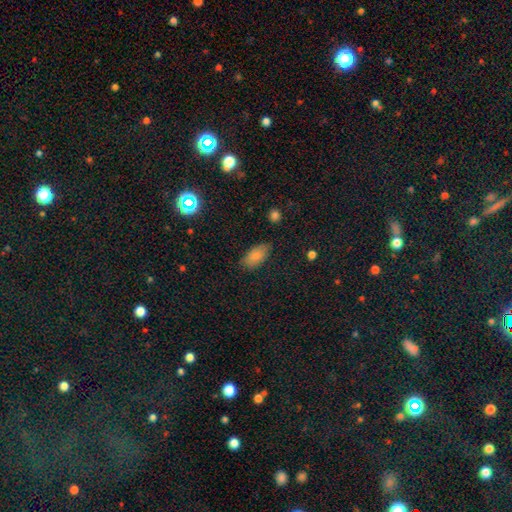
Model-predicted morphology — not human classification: smooth_or_featured: smooth (p=0.83) [alt: featured or disk p=0.09]
how_rounded: in between (p=0.92) [alt: cigar-shaped p=0.05]
merging: none (p=0.79) [alt: minor disturbance p=0.16]